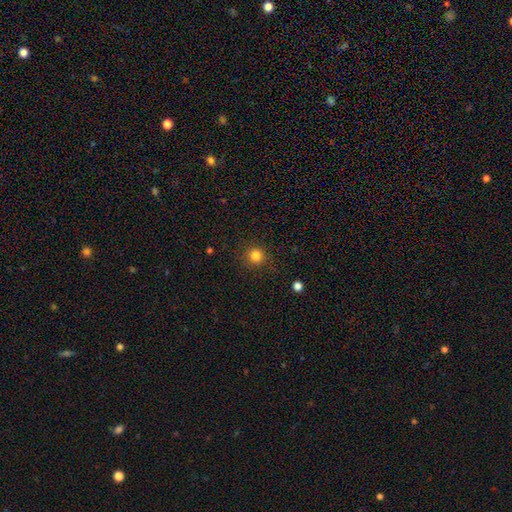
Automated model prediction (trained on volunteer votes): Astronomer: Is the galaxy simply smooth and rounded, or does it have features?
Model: smooth — 83%.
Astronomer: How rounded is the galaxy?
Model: round — 93%.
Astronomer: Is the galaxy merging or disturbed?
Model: none — 89%.